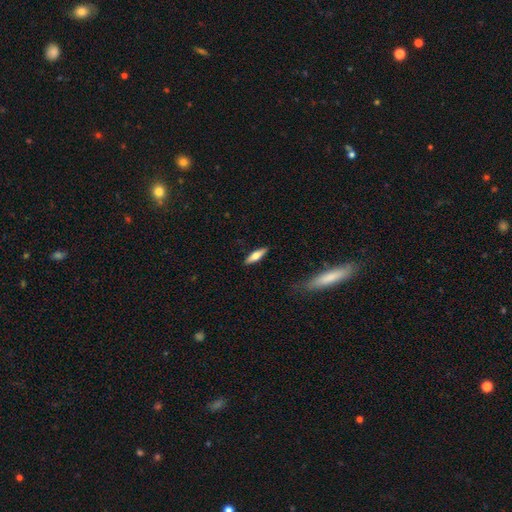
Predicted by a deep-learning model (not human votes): Morphology: type=smooth (56%); roundness=cigar-shaped (59%); merging=none (87%).